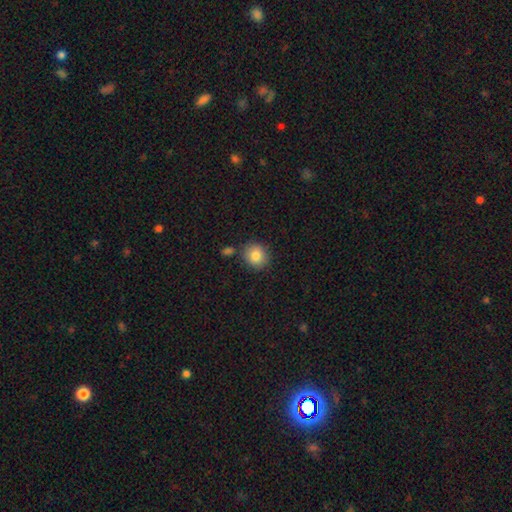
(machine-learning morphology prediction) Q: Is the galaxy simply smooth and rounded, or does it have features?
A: smooth — 84%.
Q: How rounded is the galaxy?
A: round — 84%.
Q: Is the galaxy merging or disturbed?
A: none — 80%.